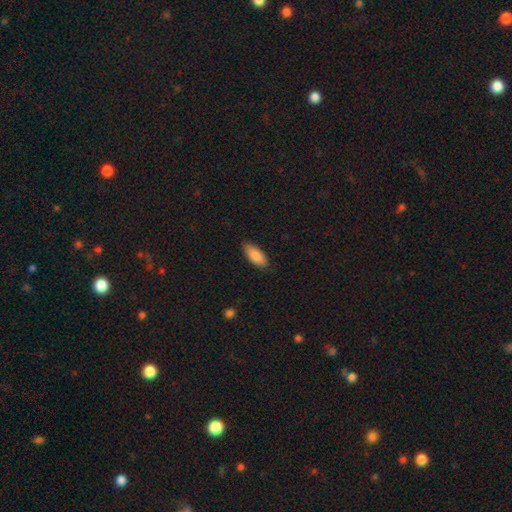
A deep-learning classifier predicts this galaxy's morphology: type=smooth (87%); roundness=in between (81%); merging=none (85%).